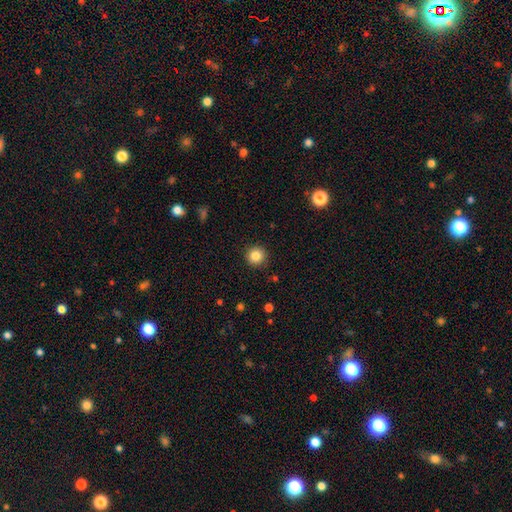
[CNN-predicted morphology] This is clearly a smooth galaxy (84%). How rounded: clearly round (94%). Merging: clearly none (91%).